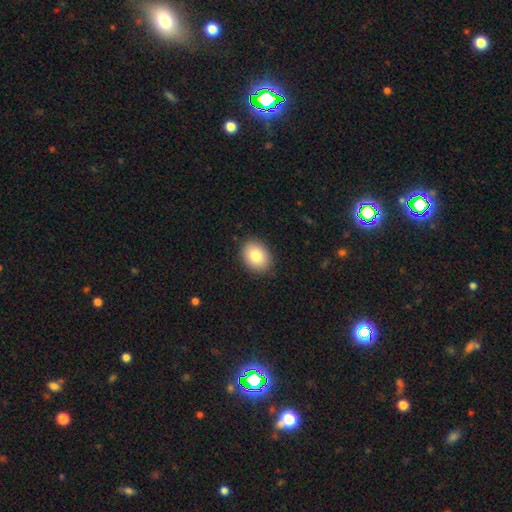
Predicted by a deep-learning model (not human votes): smooth-or-featured: smooth: 84% | featured or disk: 8% | star or artifact: 8%
  how-rounded: in between: 70% | round: 29% | cigar-shaped: 1%
  merging: none: 88% | minor disturbance: 9% | major disturbance: 2% | merger: 1%